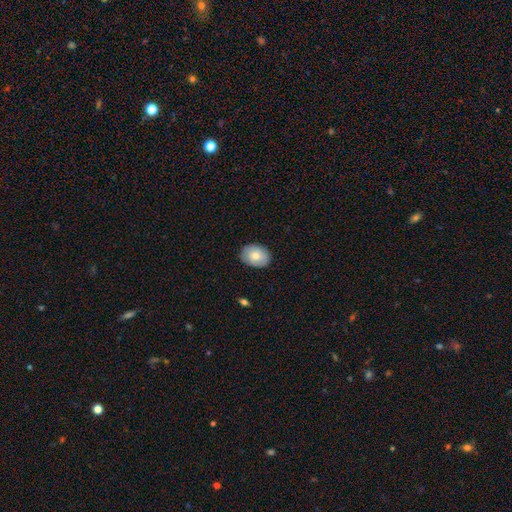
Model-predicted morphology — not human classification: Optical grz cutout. It shows a smooth galaxy with no disk features (75%) that is in between round and cigar-shaped (67%). Merging: none (84%).